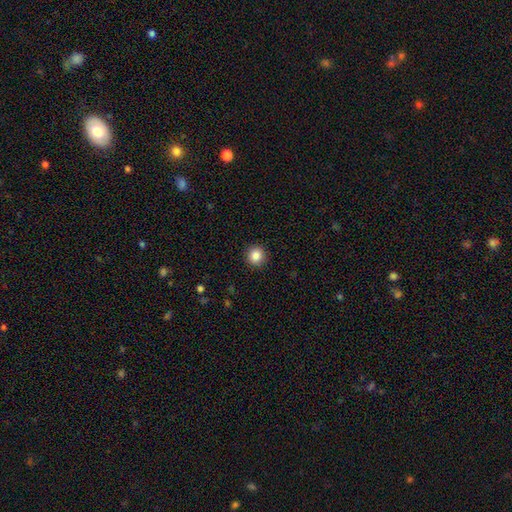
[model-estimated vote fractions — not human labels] Smooth or featured: smooth — 85% (star or artifact — 10%)
How rounded: round — 93% (in between — 6%)
Merging: none — 92% (minor disturbance — 5%)